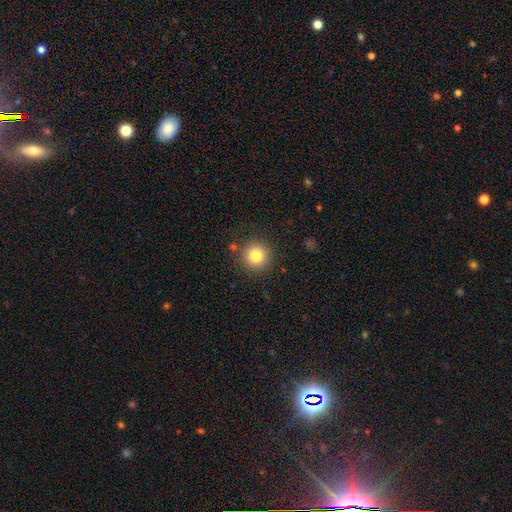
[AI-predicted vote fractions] This is clearly a smooth galaxy (82%). How rounded: clearly round (95%). Merging: clearly none (87%).